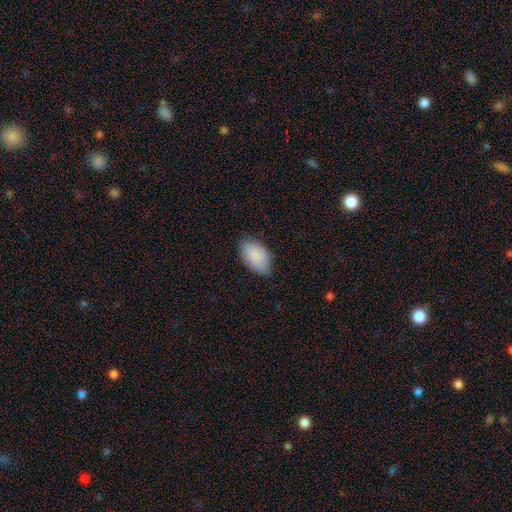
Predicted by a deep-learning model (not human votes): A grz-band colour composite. It shows a smooth galaxy with no disk features (88%) that is in between round and cigar-shaped (93%). Merging: none (74%).